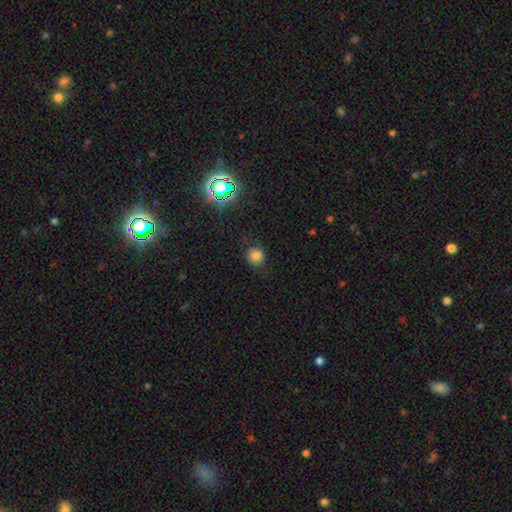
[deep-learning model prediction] smooth_or_featured: smooth (p=0.75) [alt: star or artifact p=0.17]
how_rounded: round (p=0.82) [alt: in between p=0.17]
merging: none (p=0.75) [alt: minor disturbance p=0.17]